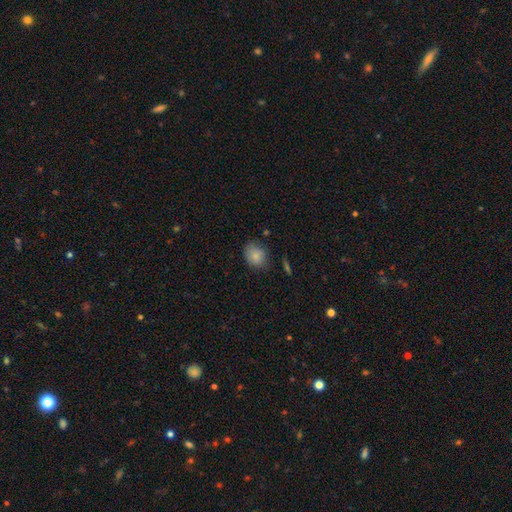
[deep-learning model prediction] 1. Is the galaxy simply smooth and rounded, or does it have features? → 82% smooth, 10% featured or disk, 8% star or artifact.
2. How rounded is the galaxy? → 51% in between, 48% round, 1% cigar-shaped.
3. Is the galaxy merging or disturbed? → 72% none, 22% minor disturbance, 5% major disturbance, 2% merger.